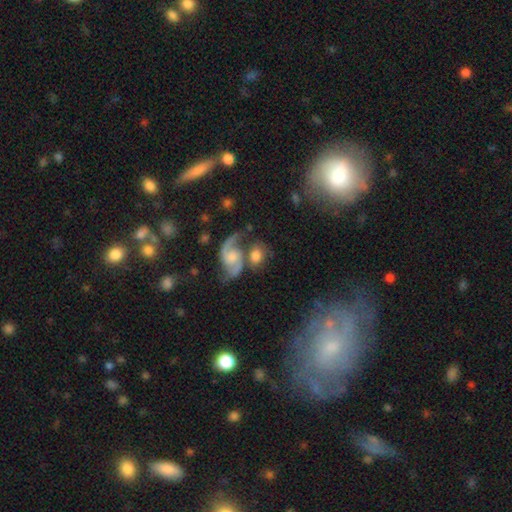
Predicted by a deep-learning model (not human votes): This is possibly a featured or disk galaxy (51%). It is clearly not viewed edge-on (95%). Merging: marginally none (41%).